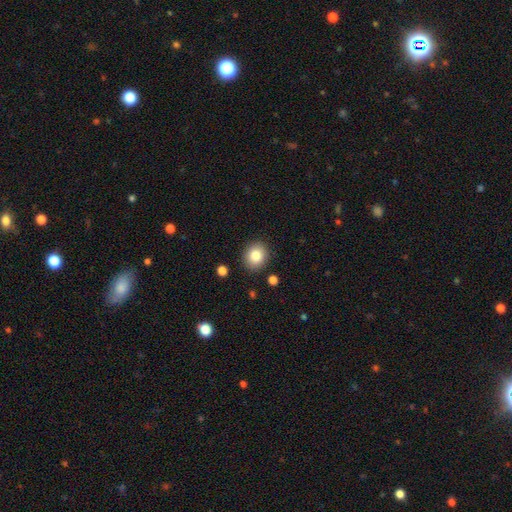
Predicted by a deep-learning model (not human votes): Smooth or featured?
  - smooth: 83% *
  - star or artifact: 9%
  - featured or disk: 8%
How rounded?
  - round: 72% *
  - in between: 27%
  - cigar-shaped: 1%
Merging?
  - none: 89% *
  - minor disturbance: 7%
  - major disturbance: 2%
  - merger: 2%